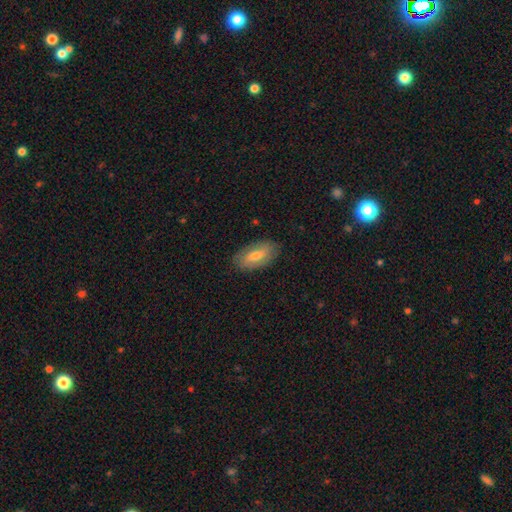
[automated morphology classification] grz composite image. It shows a smooth galaxy with no disk features (62%) that is in between round and cigar-shaped (89%). Merging: none (85%).